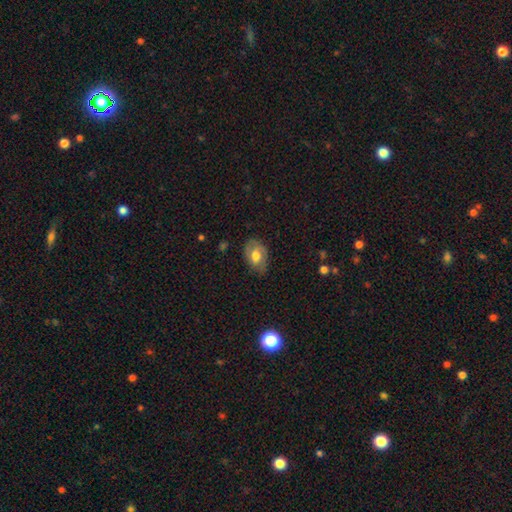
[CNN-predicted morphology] This is possibly a featured or disk galaxy (46%, tied with smooth). Merging: likely none (71%).